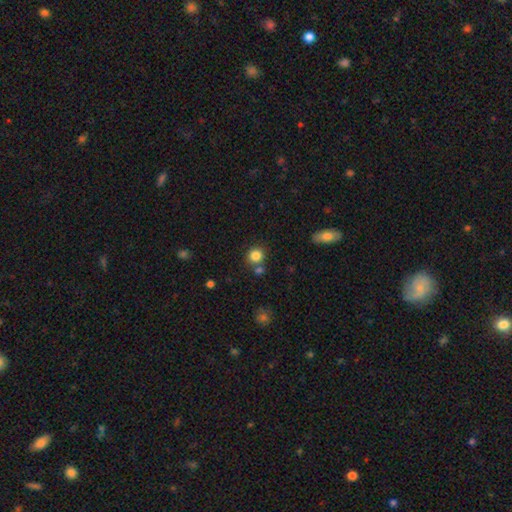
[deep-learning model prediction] Morphology: type=smooth (83%); roundness=round (88%); merging=none (72%).